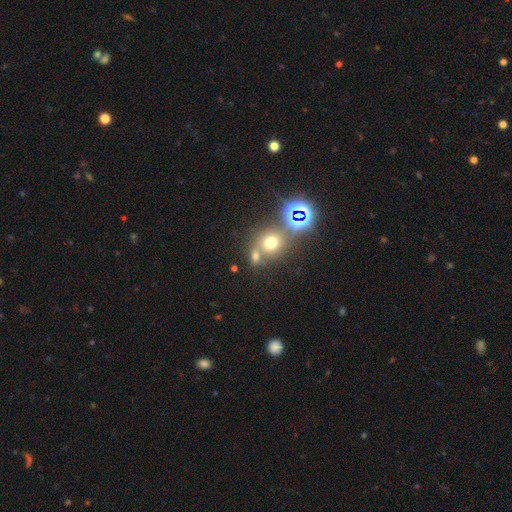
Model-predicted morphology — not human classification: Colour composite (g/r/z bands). It shows a smooth galaxy with no disk features (59%) that is round (71%). Merging: none (55%).